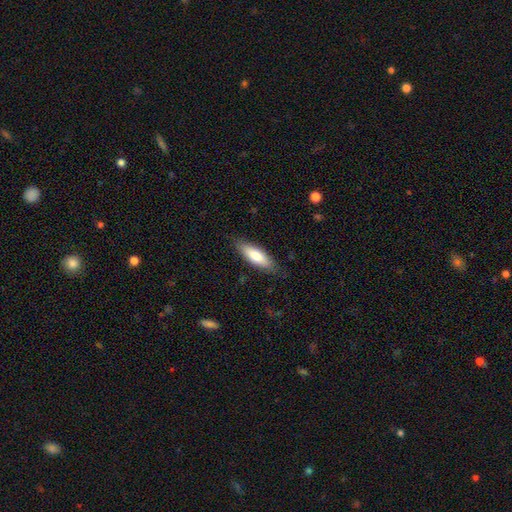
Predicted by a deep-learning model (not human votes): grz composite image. It shows a smooth galaxy with no disk features (75%) that is in between round and cigar-shaped (55%). Merging: none (83%).